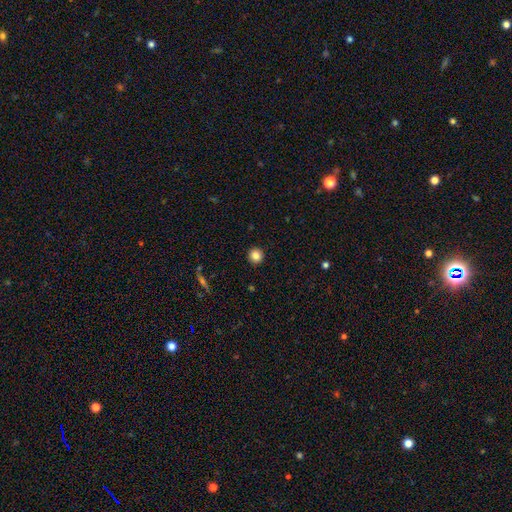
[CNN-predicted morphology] This appears to be a smooth galaxy with no disk features (84%) that is round (95%). Merging: none (93%).